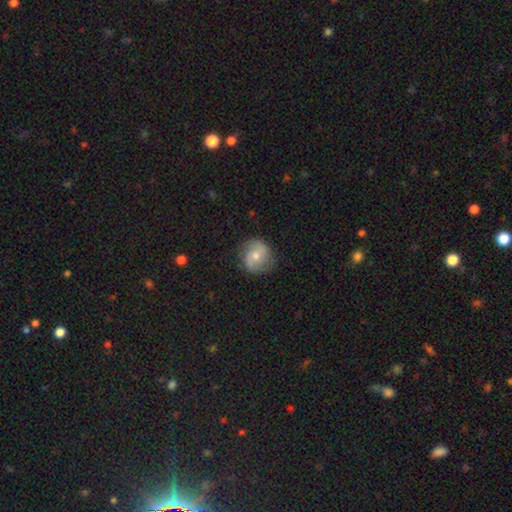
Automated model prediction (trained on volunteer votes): Smooth or featured?
  - featured or disk: 51% *
  - smooth: 42%
  - star or artifact: 7%
Edge-on disk?
  - no: 97% *
  - yes: 3%
Merging?
  - none: 78% *
  - minor disturbance: 16%
  - major disturbance: 5%
  - merger: 1%